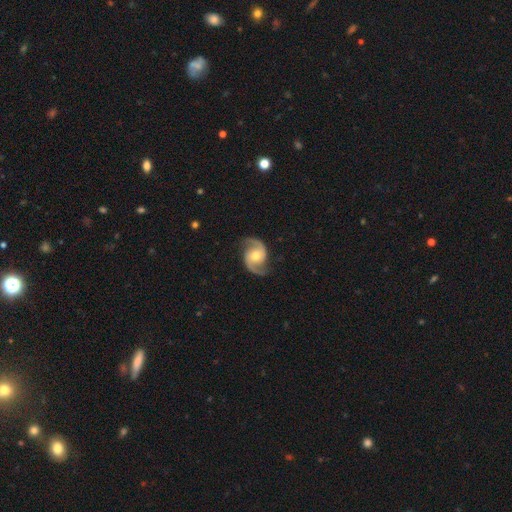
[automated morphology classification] This is clearly a featured or disk galaxy (92%). It is clearly not viewed edge-on (98%). Bar: likely no (64%). Spiral arm pattern: clearly yes (98%). Spiral arm count: clearly 2 (95%). Spiral winding: possibly medium (53%). Central bulge: likely moderate (73%). Merging: clearly none (84%).